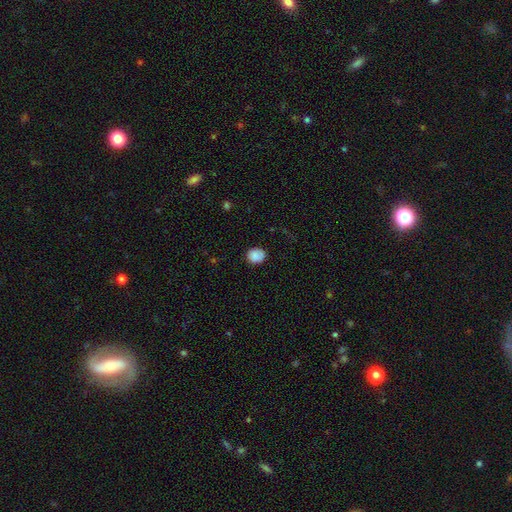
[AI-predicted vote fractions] The model was most divided on "how rounded": round: 67%, in between: 32%, cigar-shaped: 1%. More confident: smooth or featured — smooth (86%); merging — none (77%).